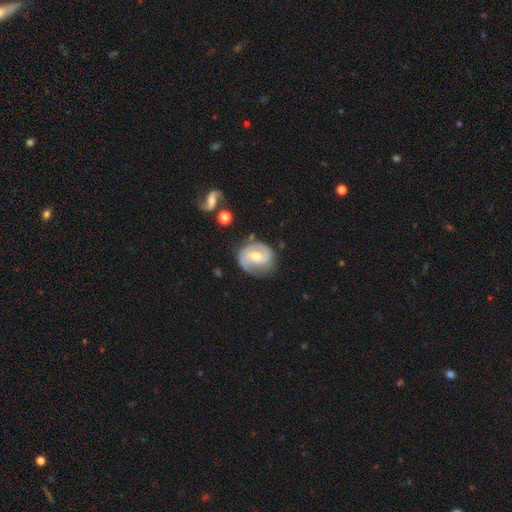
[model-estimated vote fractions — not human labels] featured or disk 79%, smooth 16%, star or artifact 5%. Down the decision tree: edge-on disk — no (97%); bar — weak (50%); spiral arms — yes (93%); spiral arm count — 2 (77%); spiral winding — medium (44%); bulge size — moderate (57%); merging — none (71%).